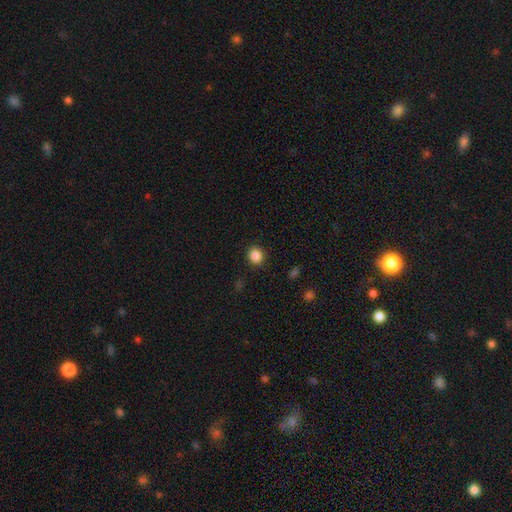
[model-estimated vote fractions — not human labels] Smooth or featured? Predicted: smooth (p=0.86). How rounded? Predicted: round (p=0.80). Merging? Predicted: none (p=0.90).